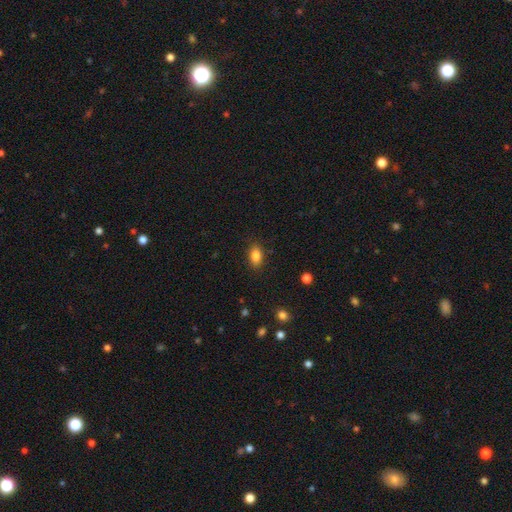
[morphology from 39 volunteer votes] This is clearly a smooth galaxy (87%). How rounded: likely in between (79%). Merging: clearly none (82%).